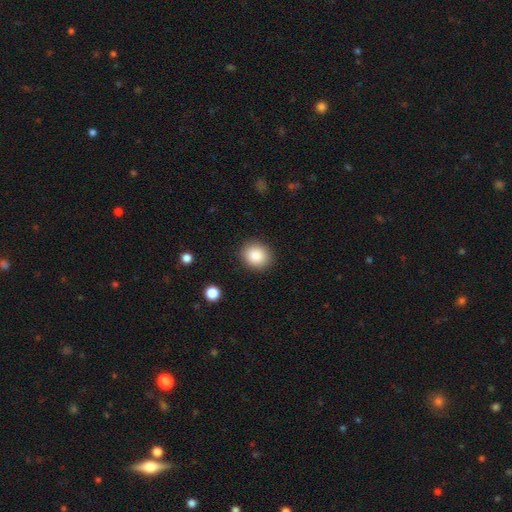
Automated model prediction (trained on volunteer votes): Q: Smooth or featured?
A: smooth (87%); runner-up: star or artifact (9%)
Q: How rounded?
A: round (73%); runner-up: in between (26%)
Q: Merging?
A: none (89%); runner-up: minor disturbance (8%)